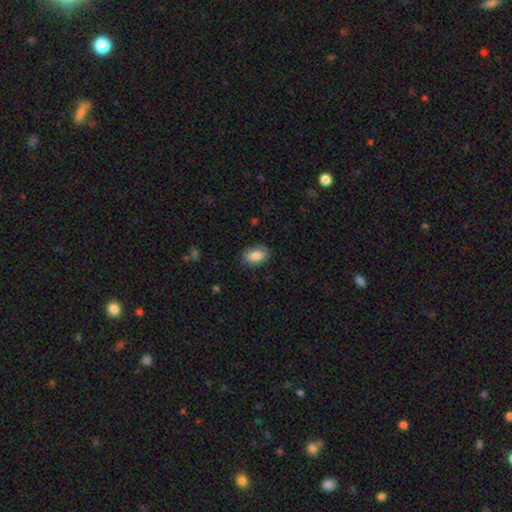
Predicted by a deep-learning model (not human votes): This appears to be a smooth galaxy with no disk features (82%) that is in between round and cigar-shaped (88%). Merging: none (82%).